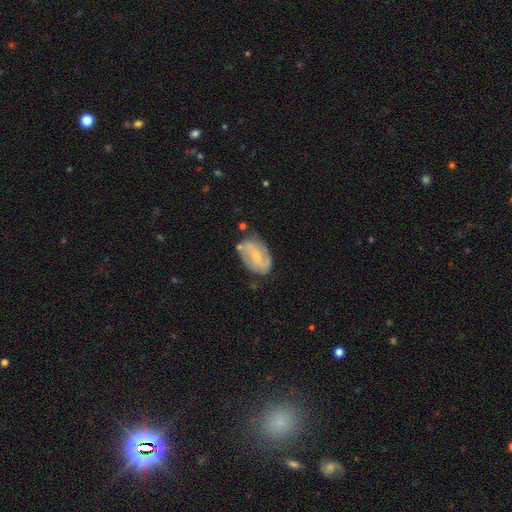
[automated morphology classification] type=featured or disk (62%); edge-on=no (96%); bar=weak (45%); spiral arms=yes (80%); bulge=small (57%); merging=none (65%).